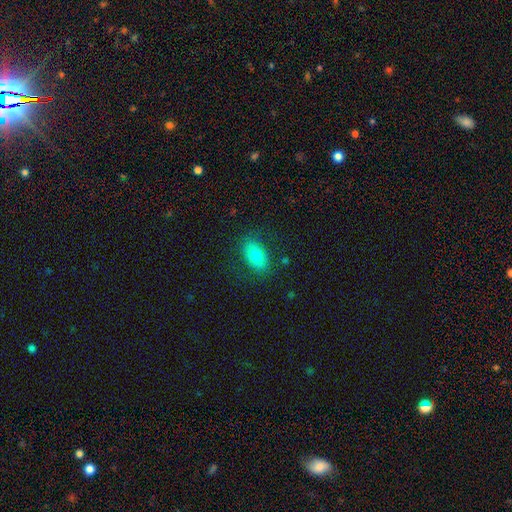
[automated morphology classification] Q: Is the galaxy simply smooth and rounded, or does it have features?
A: smooth — 78%.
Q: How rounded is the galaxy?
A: in between — 90%.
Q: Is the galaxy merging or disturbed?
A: none — 81%.